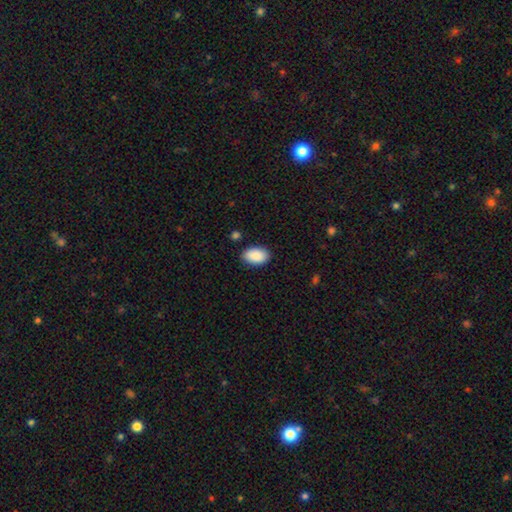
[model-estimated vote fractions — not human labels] Smooth or featured: smooth — 90% (star or artifact — 6%)
How rounded: in between — 92% (round — 7%)
Merging: none — 87% (minor disturbance — 10%)